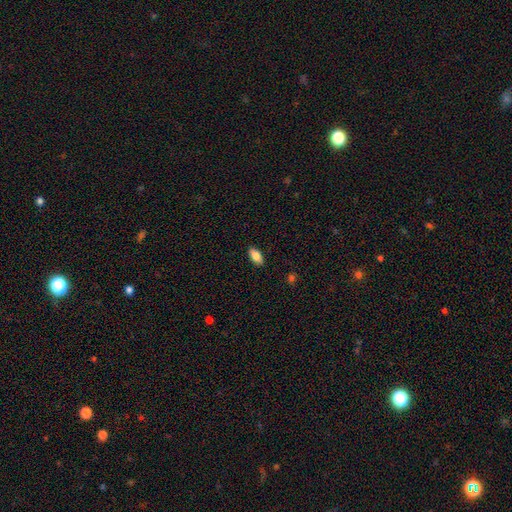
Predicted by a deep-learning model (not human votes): A smooth galaxy with no disk features (83%) that is in between round and cigar-shaped (88%).

Vote fractions:
- Smooth or featured? smooth: 83% / featured or disk: 10% / star or artifact: 7%
- How rounded? in between: 88% / cigar-shaped: 10% / round: 3%
- Merging? none: 89% / minor disturbance: 8% / major disturbance: 2% / merger: 1%